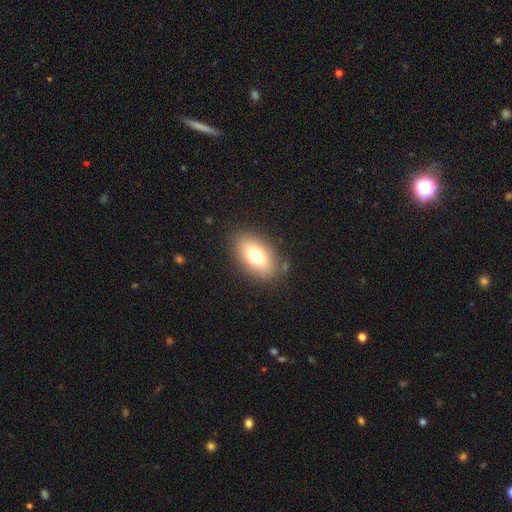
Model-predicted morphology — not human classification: Smooth or featured?
  - smooth: 73% *
  - featured or disk: 18%
  - star or artifact: 10%
How rounded?
  - in between: 88% *
  - round: 9%
  - cigar-shaped: 3%
Merging?
  - none: 82% *
  - minor disturbance: 12%
  - major disturbance: 4%
  - merger: 2%